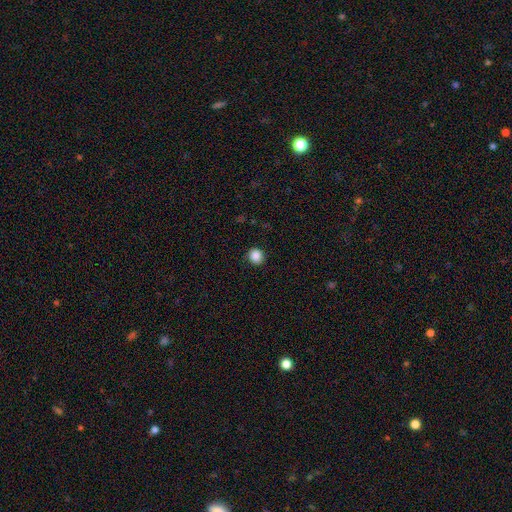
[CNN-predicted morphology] This is clearly a smooth galaxy (87%). How rounded: clearly round (88%). Merging: clearly none (90%).